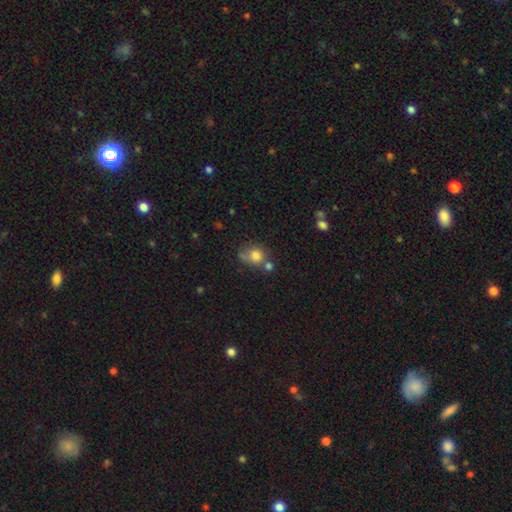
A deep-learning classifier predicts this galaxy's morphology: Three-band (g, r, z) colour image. It shows a smooth galaxy with no disk features (77%) that is round (74%). Merging: none (44%).